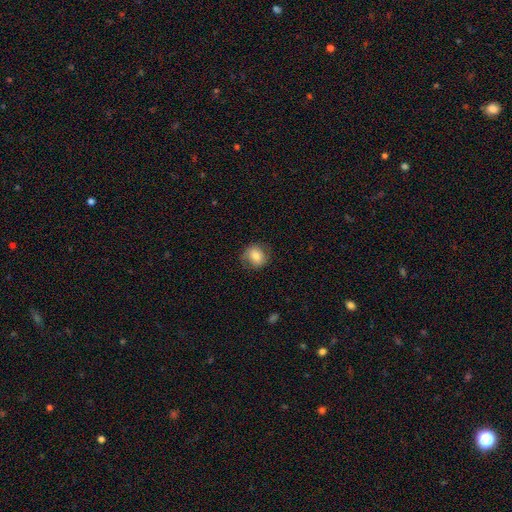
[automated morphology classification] This is likely a smooth galaxy (73%). How rounded: likely round (74%). Merging: likely none (77%).